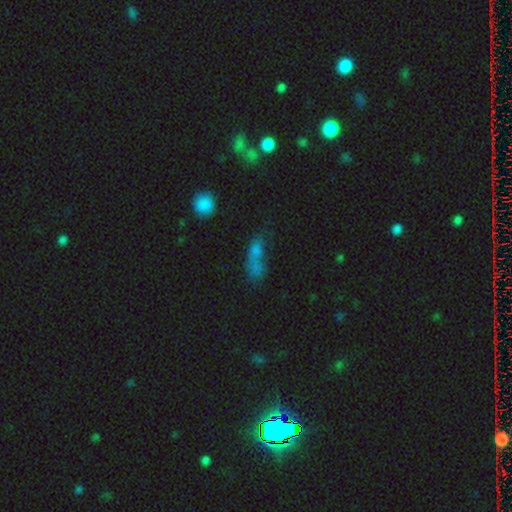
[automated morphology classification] smooth 59%, star or artifact 26%, featured or disk 16%. Down the decision tree: how rounded — in between (55%); merging — merger (37%).